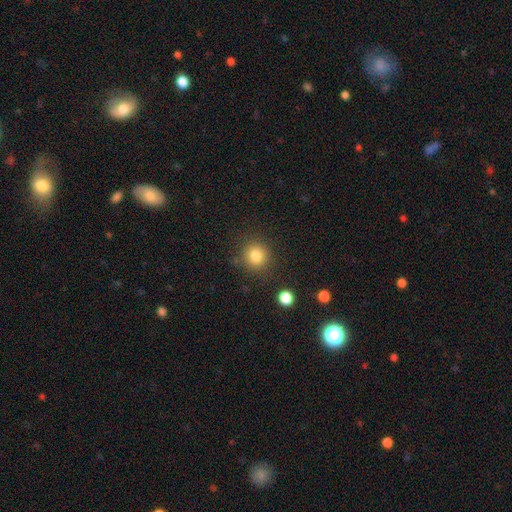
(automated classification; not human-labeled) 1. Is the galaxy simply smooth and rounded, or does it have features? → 83% smooth, 11% star or artifact, 6% featured or disk.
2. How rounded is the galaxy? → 91% round, 9% in between, 1% cigar-shaped.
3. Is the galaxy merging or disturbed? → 83% none, 10% minor disturbance, 4% major disturbance, 3% merger.